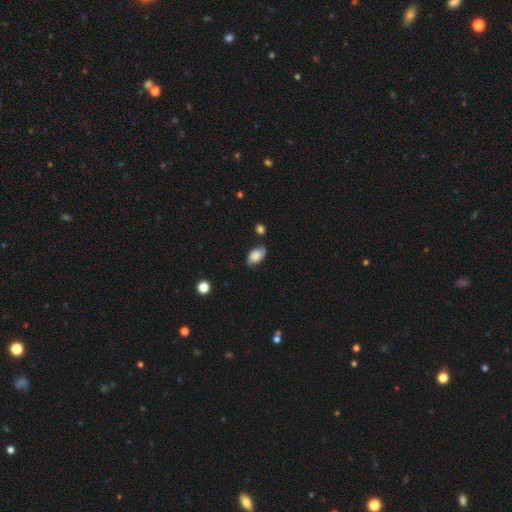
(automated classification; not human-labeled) Q: Smooth or featured?
A: smooth (70%); runner-up: featured or disk (21%)
Q: How rounded?
A: in between (88%); runner-up: round (10%)
Q: Merging?
A: none (67%); runner-up: minor disturbance (24%)